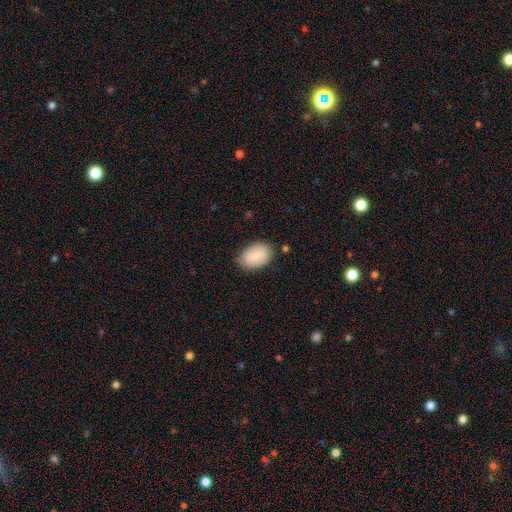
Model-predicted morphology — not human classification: Q: Smooth or featured?
A: smooth (81%); runner-up: featured or disk (12%)
Q: How rounded?
A: in between (85%); runner-up: round (14%)
Q: Merging?
A: none (78%); runner-up: minor disturbance (17%)